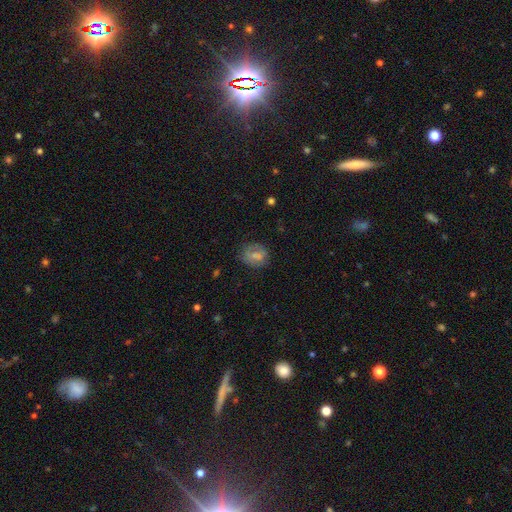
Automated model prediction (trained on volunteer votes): The model was most divided on "how rounded": round: 59%, in between: 40%, cigar-shaped: 1%. More confident: merging — none (63%); smooth or featured — smooth (63%).